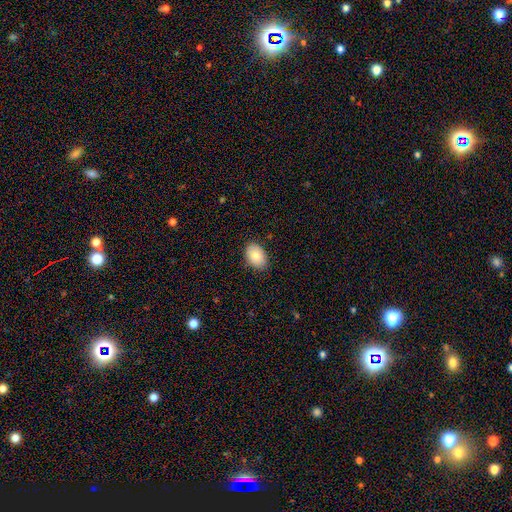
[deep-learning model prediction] Smooth or featured? smooth (83%)
How rounded? in between (83%)
Merging? none (87%)